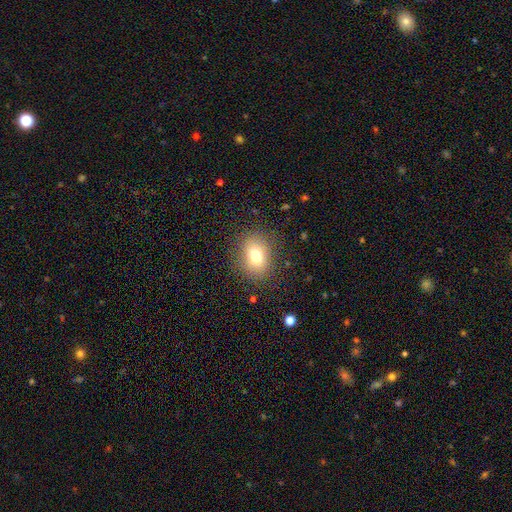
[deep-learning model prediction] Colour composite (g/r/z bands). It shows a smooth galaxy with no disk features (76%) that is in between round and cigar-shaped (58%). Merging: none (84%).